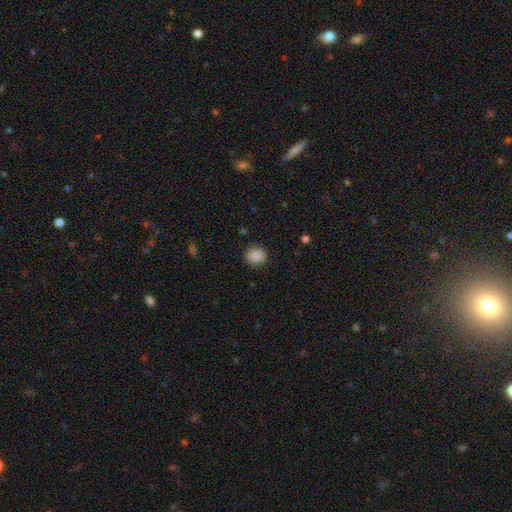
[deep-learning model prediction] A smooth galaxy with no disk features (88%) that is round (73%).

Vote fractions:
- Smooth or featured? smooth: 88% / star or artifact: 9% / featured or disk: 3%
- How rounded? round: 73% / in between: 26% / cigar-shaped: 1%
- Merging? none: 88% / minor disturbance: 9% / major disturbance: 3% / merger: 1%